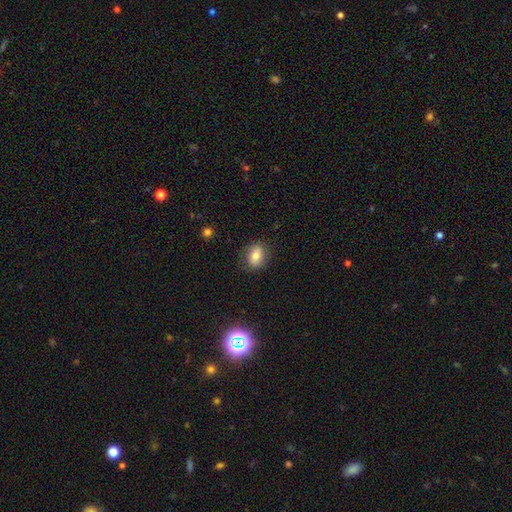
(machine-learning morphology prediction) Overall: smooth (77%). How rounded: in between (68%; round 30%). Merging: none (82%).